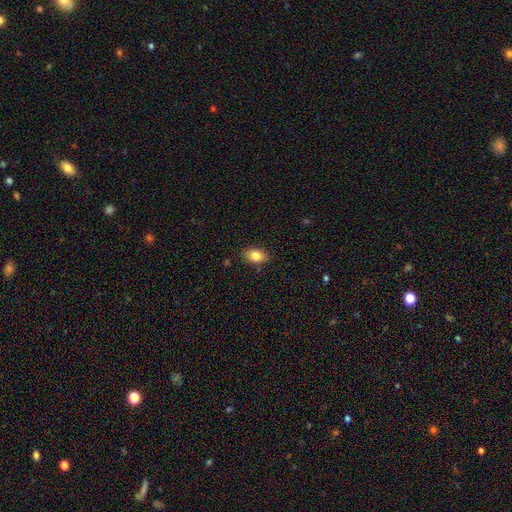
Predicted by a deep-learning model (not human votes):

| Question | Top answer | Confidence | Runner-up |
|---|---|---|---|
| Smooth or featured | smooth | 84% | star or artifact (8%) |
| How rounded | in between | 83% | round (16%) |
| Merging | none | 85% | minor disturbance (11%) |